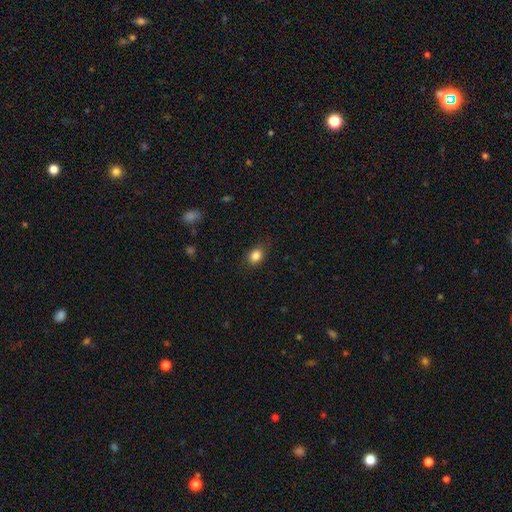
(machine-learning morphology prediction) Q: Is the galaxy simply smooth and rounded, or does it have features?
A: smooth — 85%.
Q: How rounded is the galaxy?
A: in between — 55%.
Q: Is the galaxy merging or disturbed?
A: none — 80%.